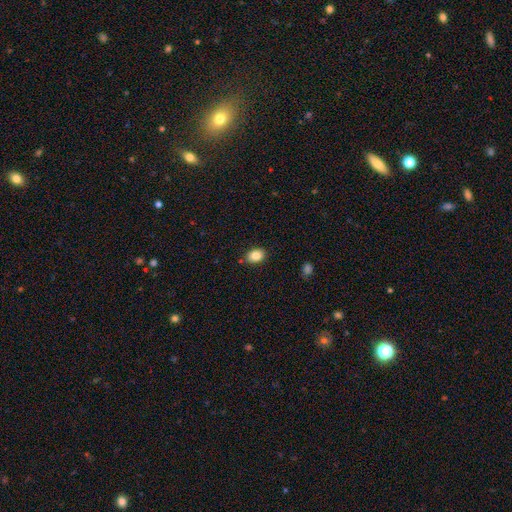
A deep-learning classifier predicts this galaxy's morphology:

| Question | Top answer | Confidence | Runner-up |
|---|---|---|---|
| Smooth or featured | smooth | 85% | star or artifact (9%) |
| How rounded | in between | 73% | round (26%) |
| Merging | none | 85% | minor disturbance (11%) |